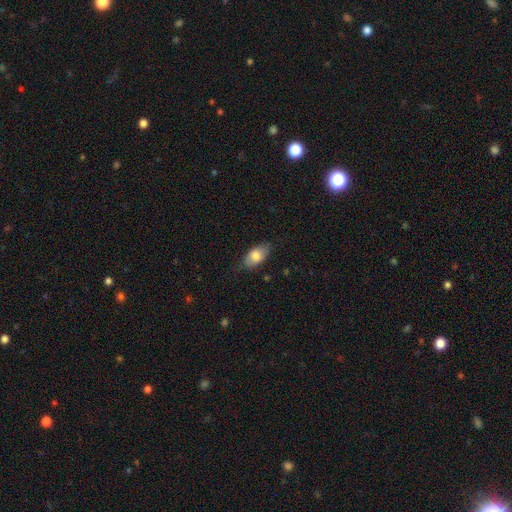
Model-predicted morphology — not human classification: A smooth galaxy with no disk features (77%) that is in between round and cigar-shaped (91%). Merging: none (78%).